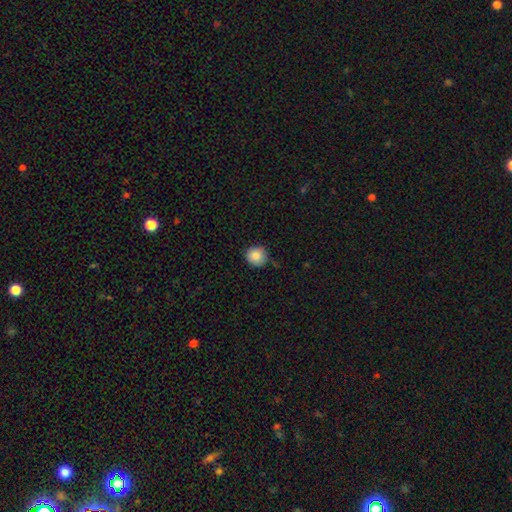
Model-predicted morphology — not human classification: type=smooth (86%); roundness=round (89%); merging=none (82%).